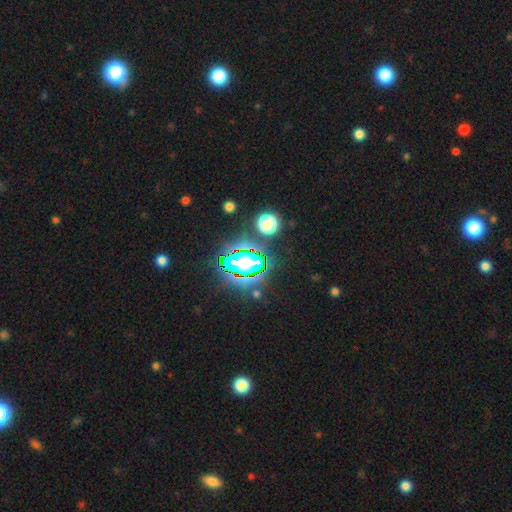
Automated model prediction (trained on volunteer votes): Smooth or featured?
  - star or artifact: 79% *
  - smooth: 13%
  - featured or disk: 8%